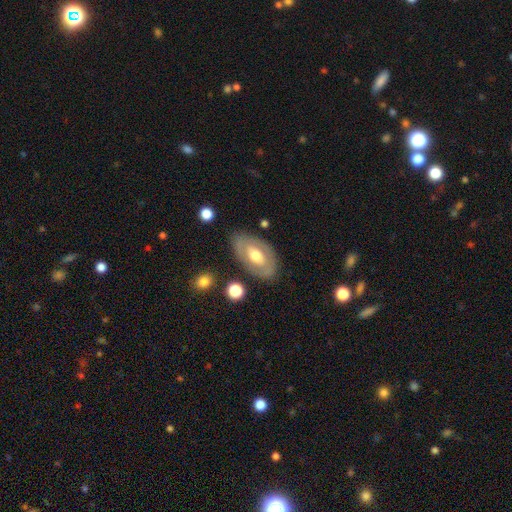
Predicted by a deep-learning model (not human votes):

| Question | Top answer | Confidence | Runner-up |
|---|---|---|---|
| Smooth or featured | featured or disk | 56% | smooth (39%) |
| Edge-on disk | no | 89% | yes (11%) |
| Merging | none | 78% | minor disturbance (15%) |